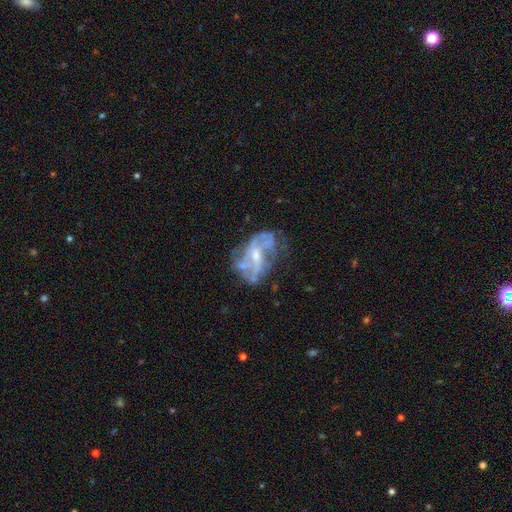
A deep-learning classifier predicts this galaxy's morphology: type=featured or disk (79%); edge-on=no (96%); bar=no (47%); spiral arms=yes (70%); winding=medium (40%); arm count=2 (41%); bulge=small (54%); merging=none (50%).